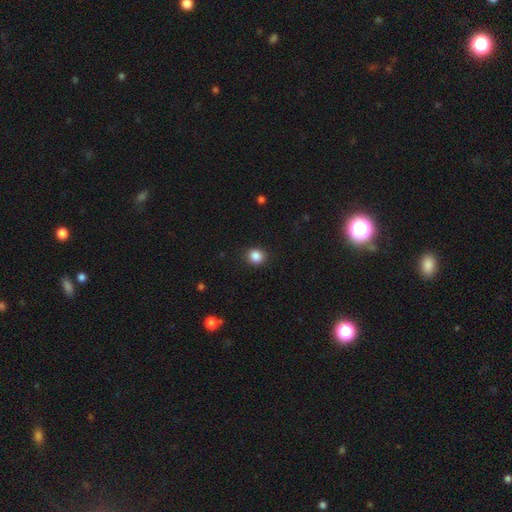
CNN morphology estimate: Smooth or featured? smooth (86%)
How rounded? round (79%)
Merging? none (89%)